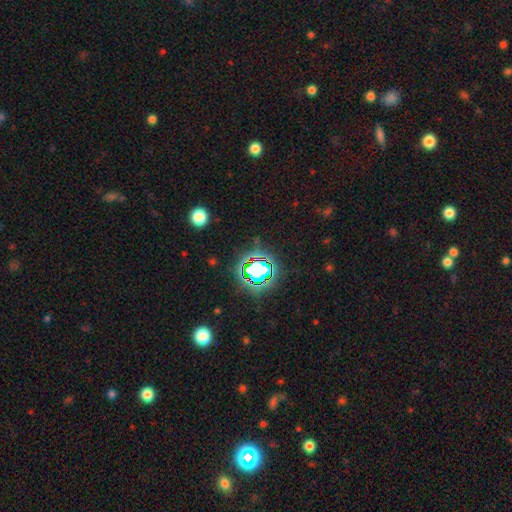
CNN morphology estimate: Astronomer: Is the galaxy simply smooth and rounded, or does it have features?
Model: star or artifact — 79%.